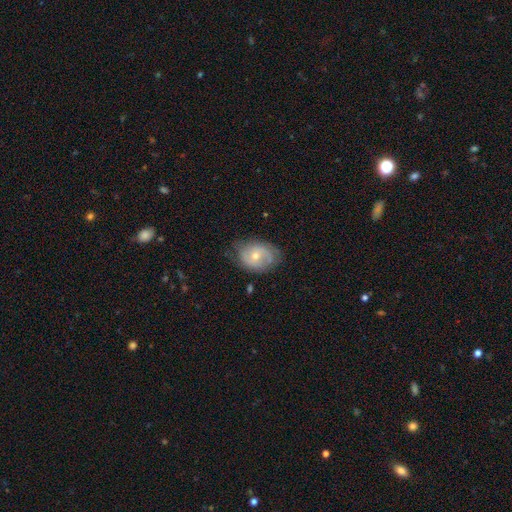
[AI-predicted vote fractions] Smooth or featured? featured or disk (51%)
Edge-on disk? no (96%)
Merging? none (65%)